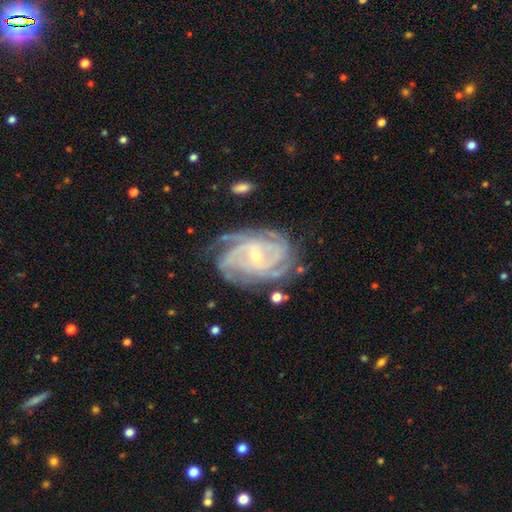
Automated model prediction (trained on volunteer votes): The model was most divided on "spiral arm count": 4: 30%, 3: 24%, can't tell: 19%, 2: 14%, more than 4: 8%, 1: 6%. Remaining: spiral arms — yes (98%); edge-on disk — no (97%); smooth or featured — featured or disk (90%); bulge size — small (72%); spiral winding — tight (68%); merging — none (68%); bar — no (46%).